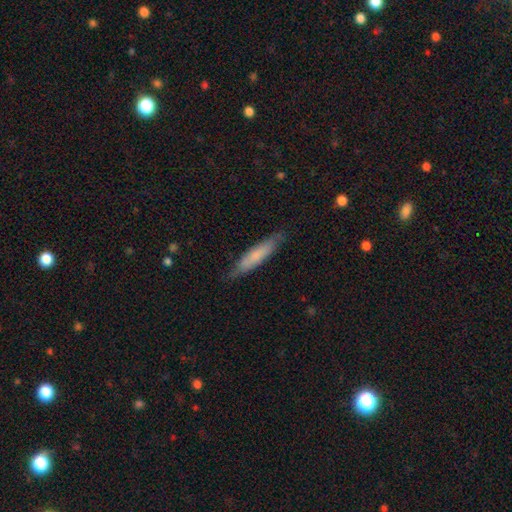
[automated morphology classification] smooth-or-featured: smooth: 68% | featured or disk: 26% | star or artifact: 6%
  how-rounded: cigar-shaped: 86% | in between: 13% | round: 1%
  merging: none: 80% | minor disturbance: 16% | major disturbance: 3% | merger: 1%